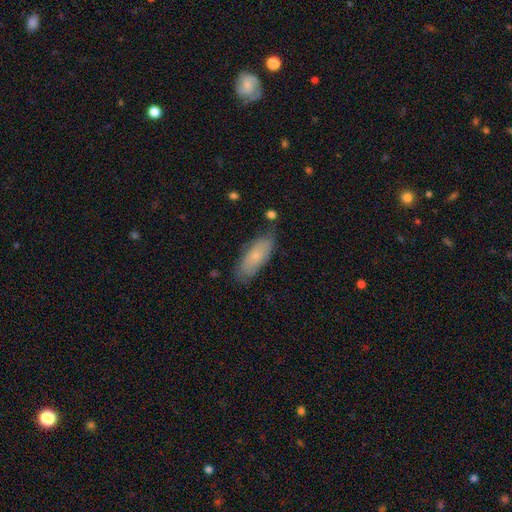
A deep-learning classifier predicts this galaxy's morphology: Smooth or featured: smooth — 68% (featured or disk — 26%)
How rounded: in between — 70% (cigar-shaped — 28%)
Merging: none — 74% (minor disturbance — 19%)